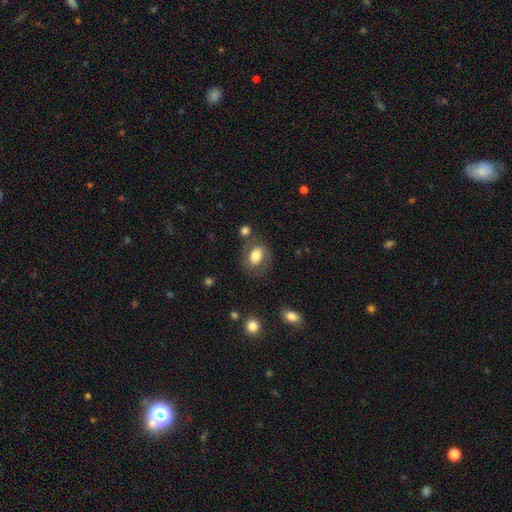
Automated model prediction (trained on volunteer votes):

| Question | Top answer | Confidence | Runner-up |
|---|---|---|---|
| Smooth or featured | smooth | 70% | featured or disk (22%) |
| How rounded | in between | 70% | round (28%) |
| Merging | none | 70% | minor disturbance (16%) |